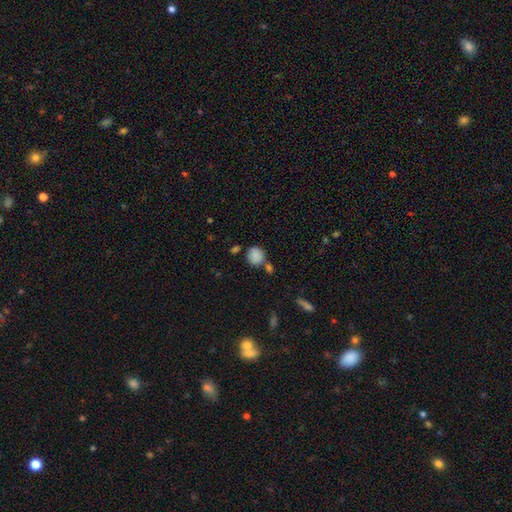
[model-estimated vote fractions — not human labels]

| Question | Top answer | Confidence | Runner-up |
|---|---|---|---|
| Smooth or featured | smooth | 86% | star or artifact (9%) |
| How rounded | round | 78% | in between (21%) |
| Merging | none | 63% | merger (19%) |